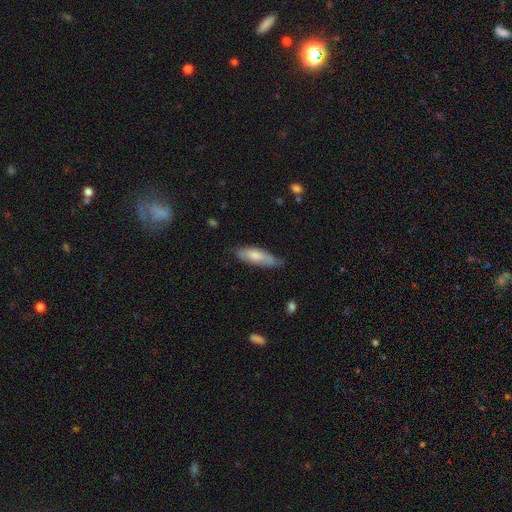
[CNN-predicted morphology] Overall: smooth (70%). How rounded: in between (56%; cigar-shaped 42%). Merging: none (61%; minor disturbance 32%).